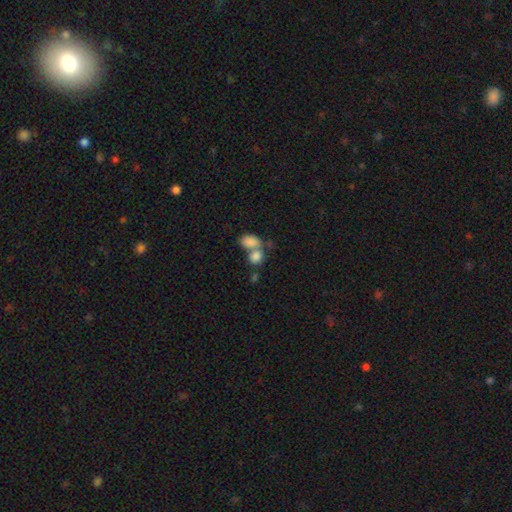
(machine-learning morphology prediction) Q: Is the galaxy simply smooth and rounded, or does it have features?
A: smooth — 82%.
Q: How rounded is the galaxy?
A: in between — 65%.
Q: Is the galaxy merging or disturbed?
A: merger — 57%.